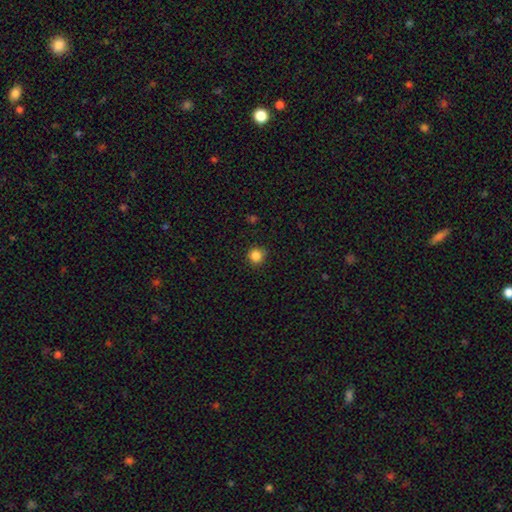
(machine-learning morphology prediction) Smooth or featured?
  - smooth: 85% *
  - star or artifact: 11%
  - featured or disk: 3%
How rounded?
  - round: 93% *
  - in between: 6%
  - cigar-shaped: 1%
Merging?
  - none: 89% *
  - minor disturbance: 8%
  - major disturbance: 2%
  - merger: 1%